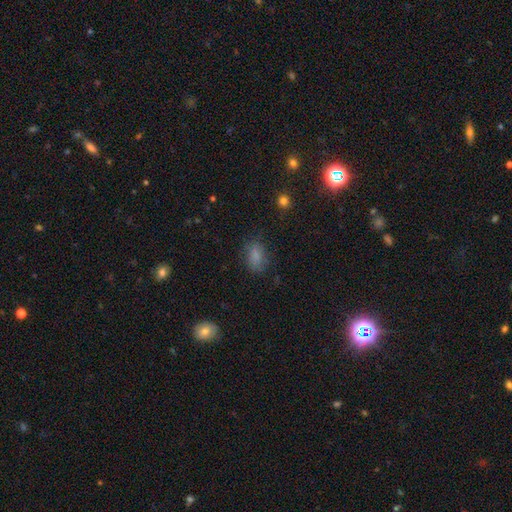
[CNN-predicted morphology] This appears to be a smooth galaxy with no disk features (78%) that is in between round and cigar-shaped (82%). Merging: none (72%).